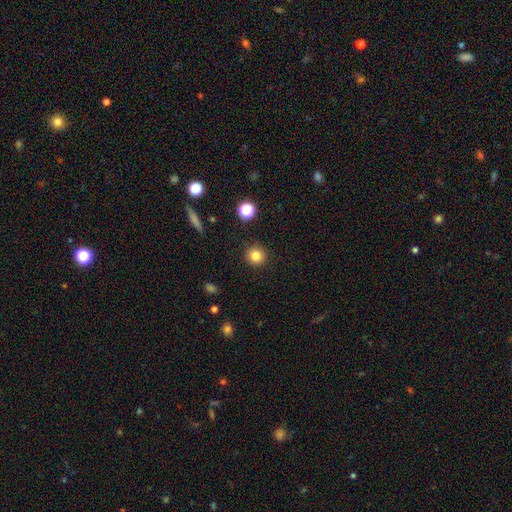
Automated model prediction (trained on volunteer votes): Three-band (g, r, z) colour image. It shows a smooth galaxy with no disk features (82%) that is round (94%). Merging: none (91%).